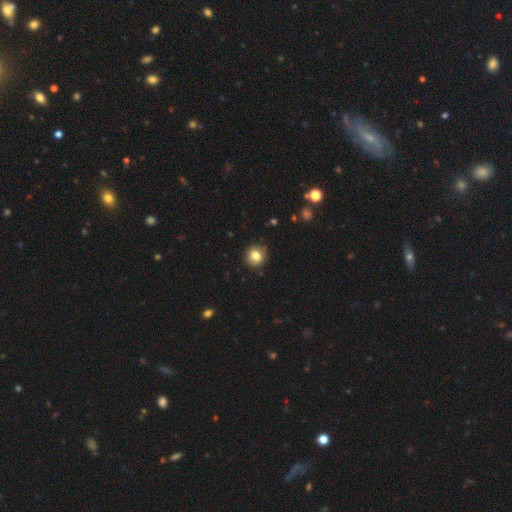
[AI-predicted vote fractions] A smooth galaxy with no disk features (81%) that is round (86%). Merging: none (87%).